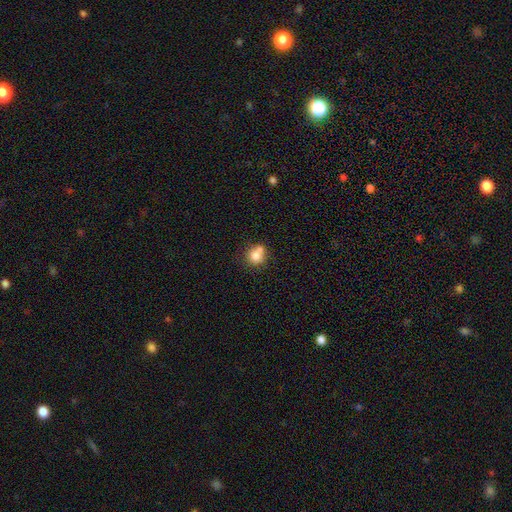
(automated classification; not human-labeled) This is likely a smooth galaxy (79%). How rounded: likely round (79%). Merging: possibly none (47%).